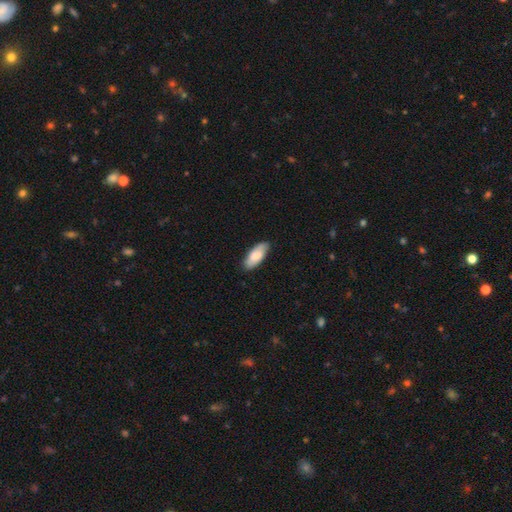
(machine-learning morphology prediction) smooth-or-featured: smooth: 77% | featured or disk: 18% | star or artifact: 6%
  how-rounded: in between: 83% | cigar-shaped: 15% | round: 2%
  merging: none: 83% | minor disturbance: 14% | major disturbance: 2% | merger: 1%